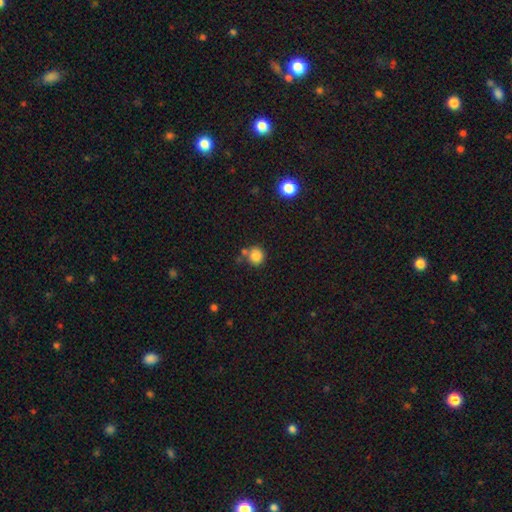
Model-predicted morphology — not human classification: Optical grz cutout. It shows a smooth galaxy with no disk features (84%) that is round (92%). Merging: none (69%).